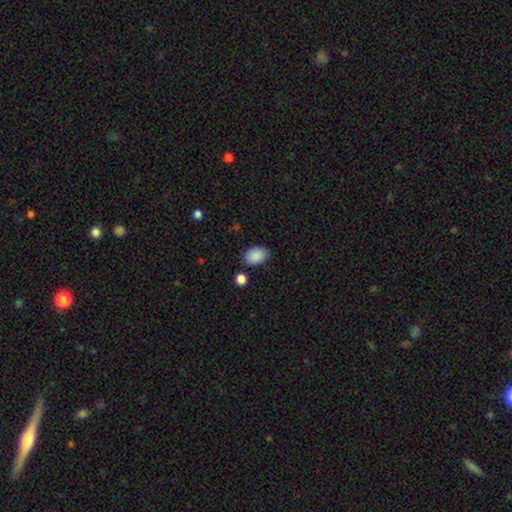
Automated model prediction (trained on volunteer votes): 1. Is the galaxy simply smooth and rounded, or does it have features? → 89% smooth, 7% star or artifact, 4% featured or disk.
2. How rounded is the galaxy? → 85% in between, 14% round, 1% cigar-shaped.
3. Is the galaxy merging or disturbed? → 82% none, 12% minor disturbance, 4% merger, 3% major disturbance.